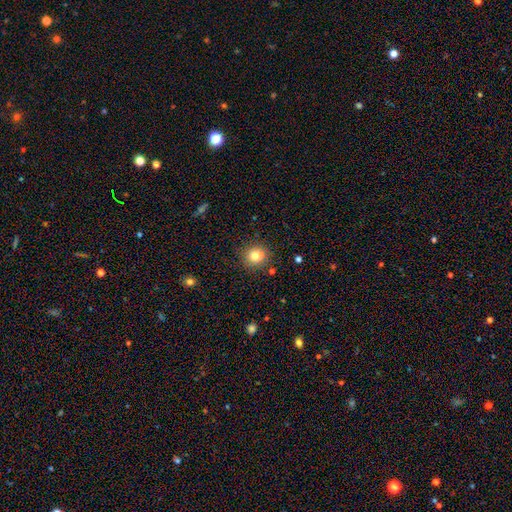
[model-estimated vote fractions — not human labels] Smooth or featured?
  - smooth: 77% *
  - star or artifact: 12%
  - featured or disk: 11%
How rounded?
  - round: 78% *
  - in between: 21%
  - cigar-shaped: 1%
Merging?
  - none: 66% *
  - merger: 18%
  - minor disturbance: 12%
  - major disturbance: 3%